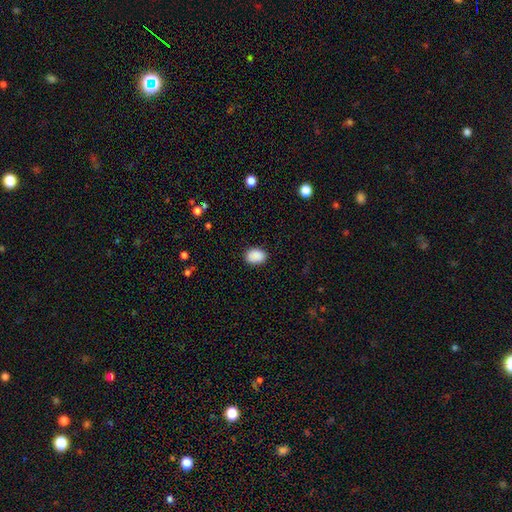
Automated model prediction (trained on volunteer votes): A smooth galaxy with no disk features (90%) that is in between round and cigar-shaped (74%).

Vote fractions:
- Smooth or featured? smooth: 90% / star or artifact: 8% / featured or disk: 3%
- How rounded? in between: 74% / round: 25% / cigar-shaped: 1%
- Merging? none: 87% / minor disturbance: 10% / major disturbance: 2% / merger: 1%